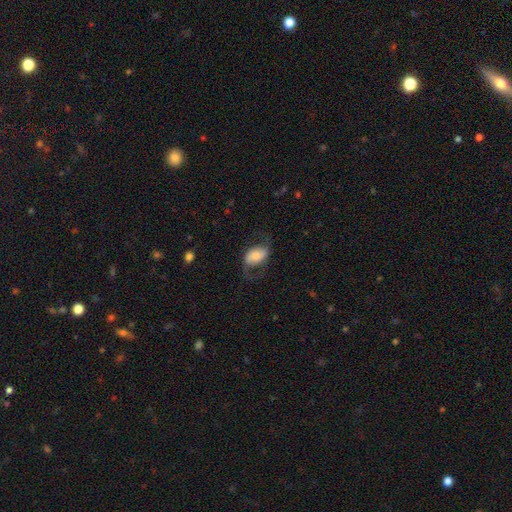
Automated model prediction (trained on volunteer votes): Morphology: type=featured or disk (49%); merging=none (58%).